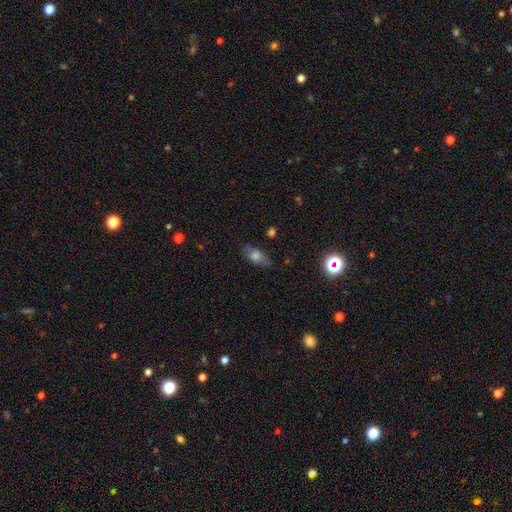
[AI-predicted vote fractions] This appears to be a smooth galaxy with no disk features (67%) that is in between round and cigar-shaped (83%). Merging: none (79%).